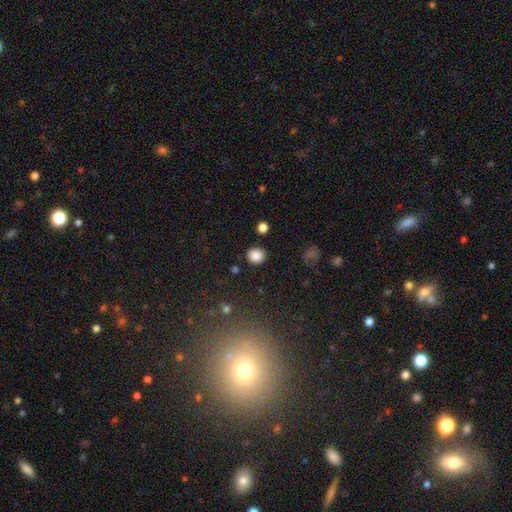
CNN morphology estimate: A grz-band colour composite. It shows a smooth galaxy with no disk features (86%) that is round (85%). Merging: none (87%).